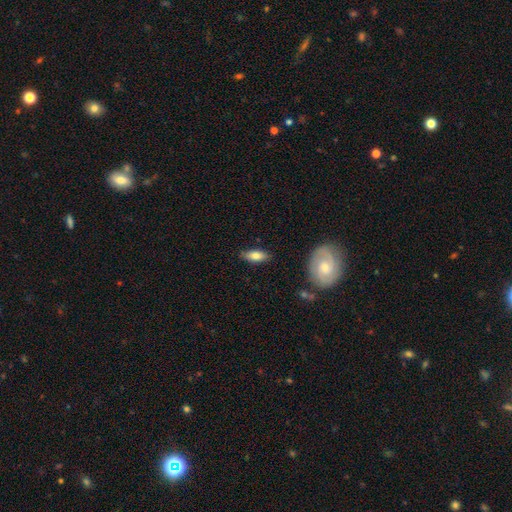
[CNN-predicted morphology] Overall: smooth (76%). How rounded: in between (77%). Merging: none (83%).